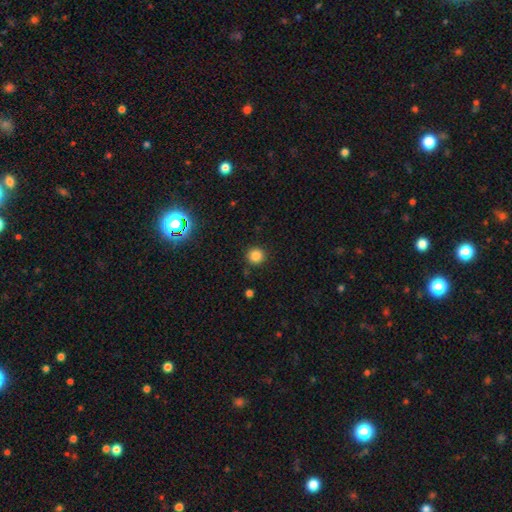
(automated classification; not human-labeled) This appears to be a smooth galaxy with no disk features (83%) that is round (94%). Merging: none (89%).